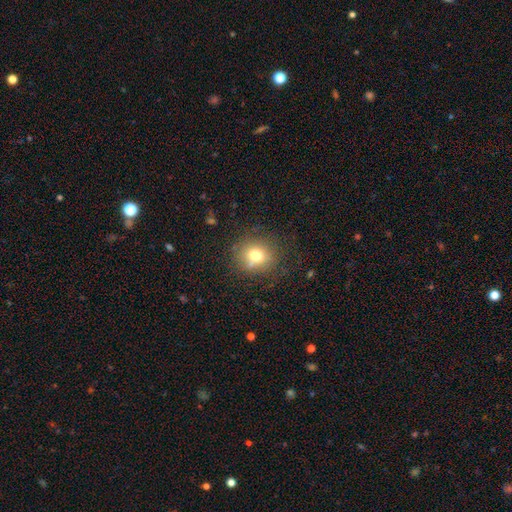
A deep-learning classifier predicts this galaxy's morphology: Smooth or featured?
  - smooth: 72% *
  - star or artifact: 15%
  - featured or disk: 13%
How rounded?
  - round: 84% *
  - in between: 15%
  - cigar-shaped: 1%
Merging?
  - none: 76% *
  - minor disturbance: 13%
  - merger: 6%
  - major disturbance: 5%